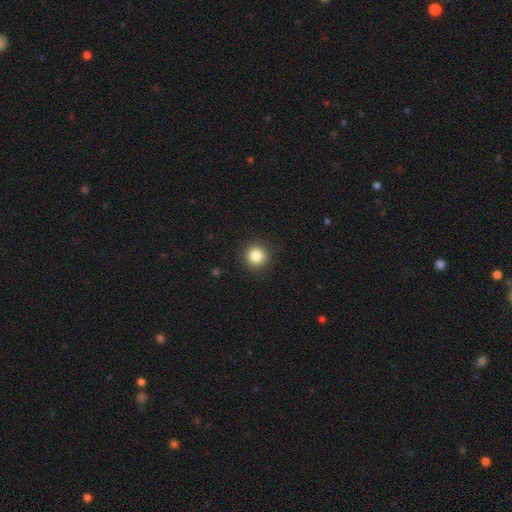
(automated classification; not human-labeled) The model was most divided on "smooth or featured": smooth: 84%, star or artifact: 11%, featured or disk: 5%. More confident: how rounded — round (92%); merging — none (91%).